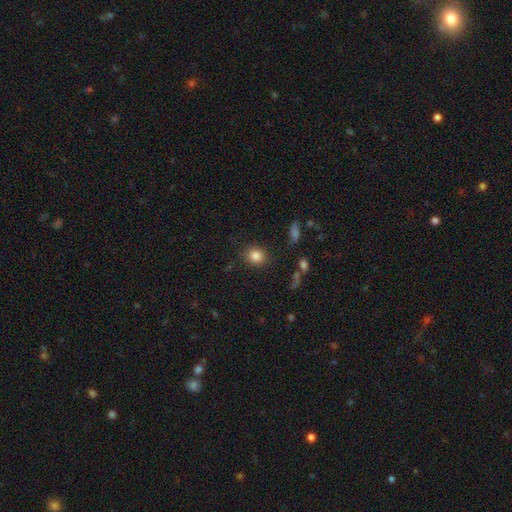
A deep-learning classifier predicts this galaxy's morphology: smooth 84%, star or artifact 11%, featured or disk 6%. Down the decision tree: how rounded — round (74%); merging — none (86%).